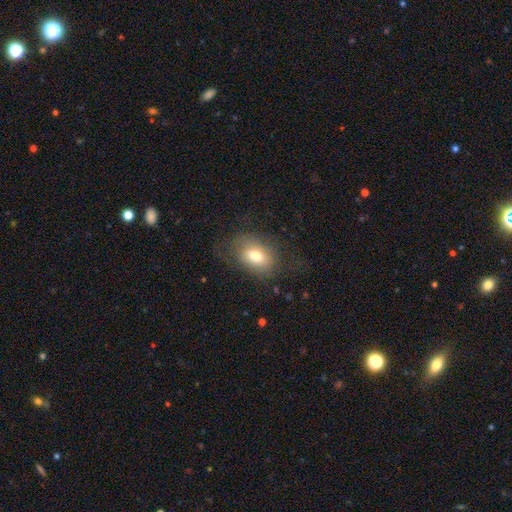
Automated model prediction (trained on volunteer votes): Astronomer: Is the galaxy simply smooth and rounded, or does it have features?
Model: smooth — 71%.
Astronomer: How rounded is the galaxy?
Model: in between — 79%.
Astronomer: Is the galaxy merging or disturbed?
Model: none — 64%.